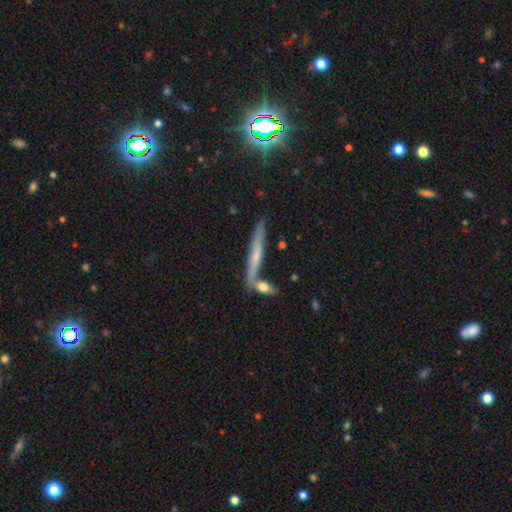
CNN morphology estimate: Smooth or featured? featured or disk (47%)
Merging? none (74%)